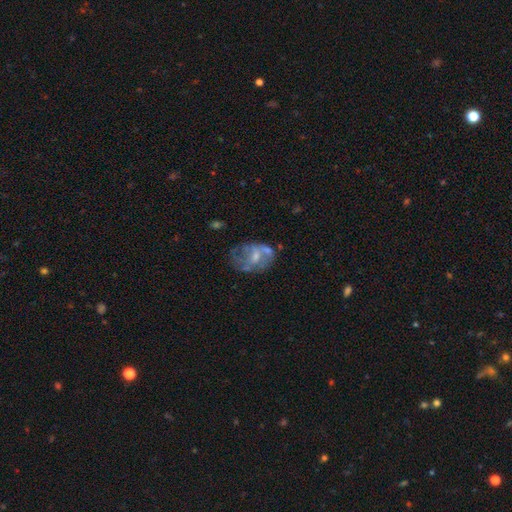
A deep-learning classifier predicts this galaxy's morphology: smooth_or_featured: featured or disk (p=0.62) [alt: smooth p=0.27]
disk_edge_on: no (p=0.96) [alt: yes p=0.04]
bar: no (p=0.58) [alt: weak p=0.34]
has_spiral_arms: no (p=0.57) [alt: yes p=0.43]
bulge_size: small (p=0.44) [alt: moderate p=0.40]
merging: none (p=0.48) [alt: minor disturbance p=0.23]